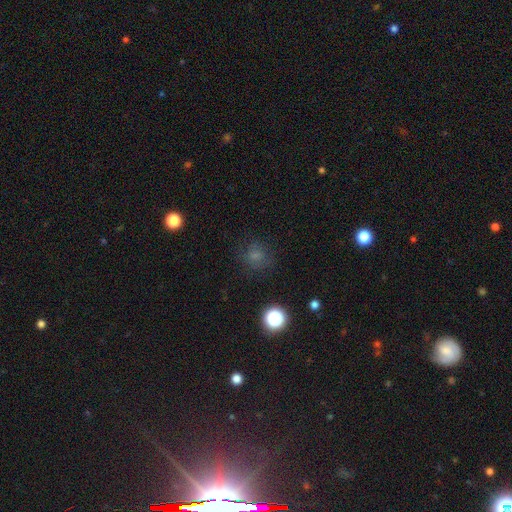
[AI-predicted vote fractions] Smooth or featured: smooth — 69% (star or artifact — 23%)
How rounded: round — 81% (in between — 18%)
Merging: none — 76% (minor disturbance — 15%)